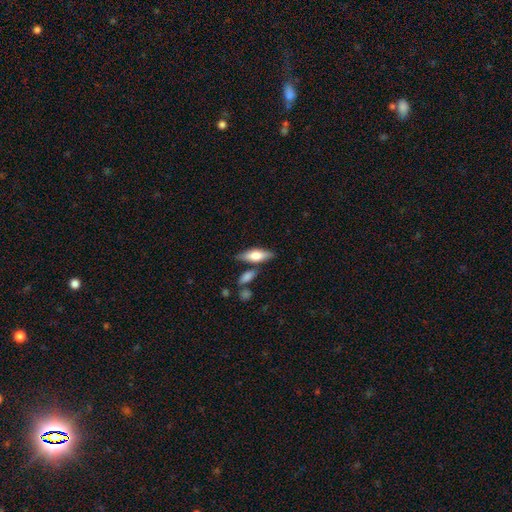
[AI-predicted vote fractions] smooth_or_featured: smooth (p=0.62) [alt: featured or disk p=0.32]
how_rounded: in between (p=0.60) [alt: cigar-shaped p=0.37]
merging: none (p=0.74) [alt: minor disturbance p=0.13]